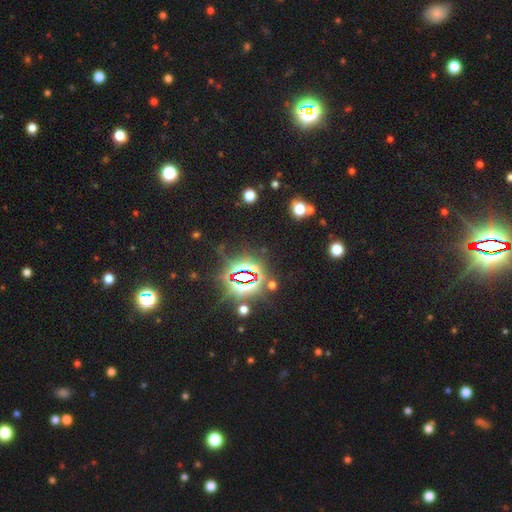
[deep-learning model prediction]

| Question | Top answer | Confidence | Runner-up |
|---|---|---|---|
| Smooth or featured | star or artifact | 85% | smooth (9%) |